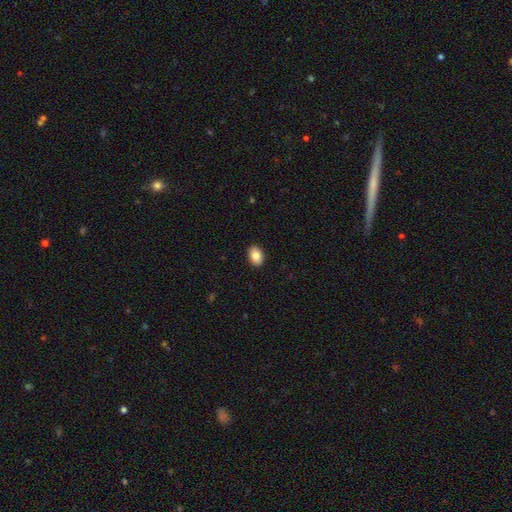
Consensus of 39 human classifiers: This appears to be a smooth galaxy with no disk features (85%) that is in between round and cigar-shaped (82%). Merging: none (92%).